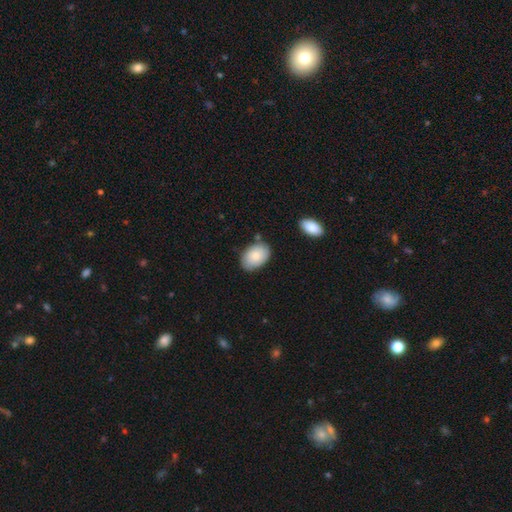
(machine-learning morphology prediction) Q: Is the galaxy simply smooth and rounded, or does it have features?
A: smooth — 81%.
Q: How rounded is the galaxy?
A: in between — 88%.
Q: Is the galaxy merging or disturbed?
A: none — 77%.